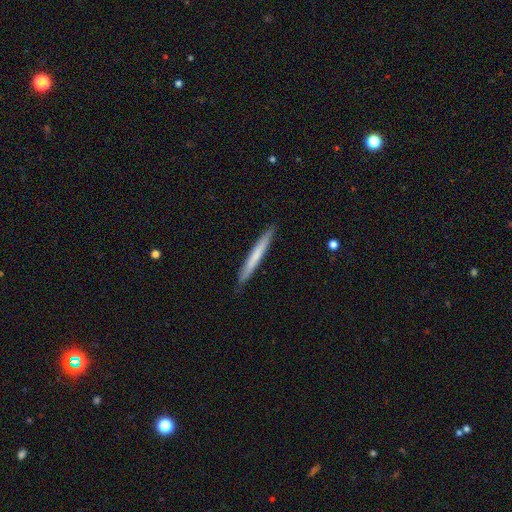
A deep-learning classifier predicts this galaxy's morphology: smooth-or-featured: smooth: 63% | featured or disk: 32% | star or artifact: 5%
  how-rounded: cigar-shaped: 97% | in between: 2% | round: 1%
  merging: none: 90% | minor disturbance: 8% | major disturbance: 1% | merger: 1%